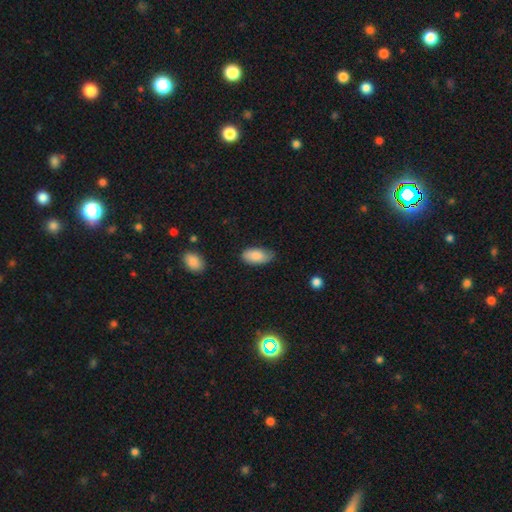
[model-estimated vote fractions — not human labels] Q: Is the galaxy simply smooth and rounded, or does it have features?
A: smooth — 85%.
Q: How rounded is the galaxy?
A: in between — 93%.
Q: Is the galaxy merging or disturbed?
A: none — 72%.